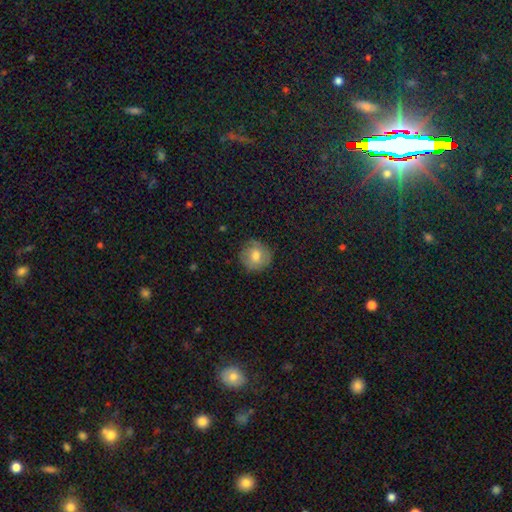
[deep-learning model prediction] A smooth galaxy with no disk features (72%) that is round (91%). Merging: none (81%).